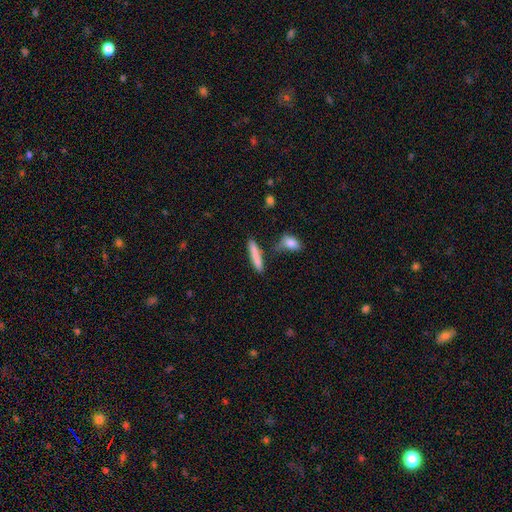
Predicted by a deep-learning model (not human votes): smooth 80%, featured or disk 13%, star or artifact 7%. Down the decision tree: how rounded — cigar-shaped (88%); merging — none (73%).